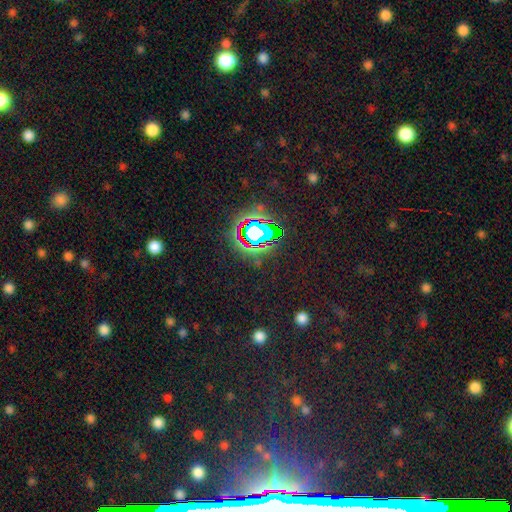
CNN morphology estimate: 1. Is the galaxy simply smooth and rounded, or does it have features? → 77% star or artifact, 14% smooth, 9% featured or disk.